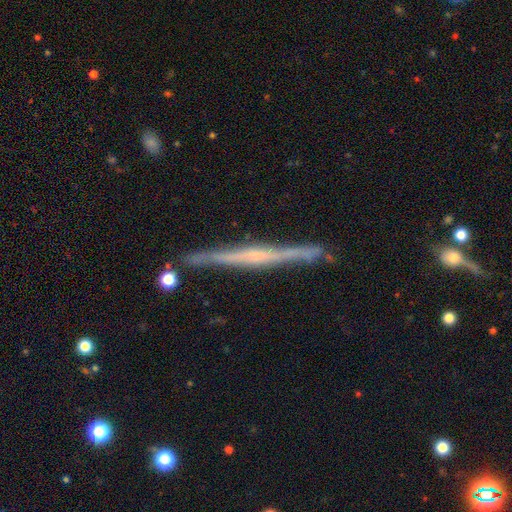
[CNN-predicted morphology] type=featured or disk (78%); edge-on=yes (98%); edge-on bulge=none (46%); merging=none (88%).